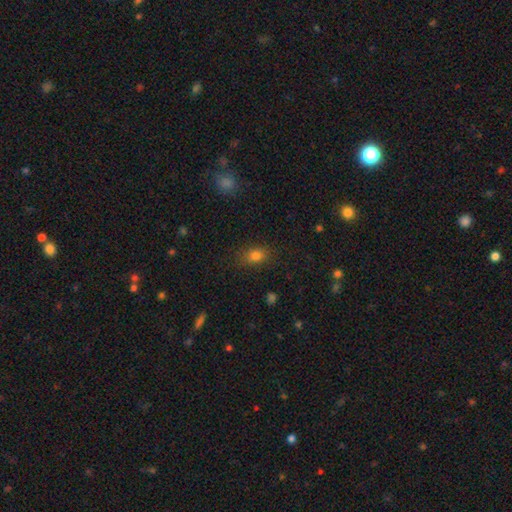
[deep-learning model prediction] A smooth galaxy with no disk features (79%) that is in between round and cigar-shaped (69%). Merging: none (83%).